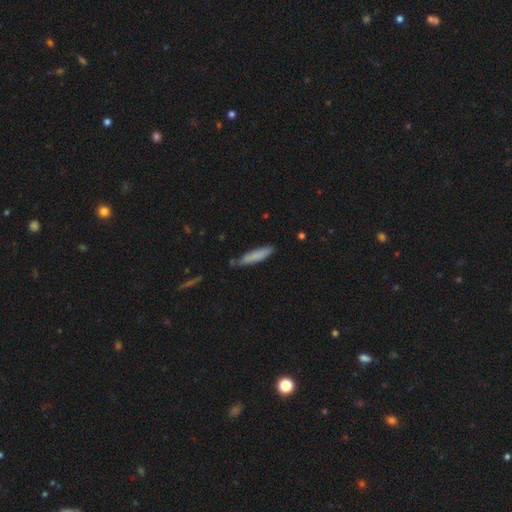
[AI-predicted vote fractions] smooth_or_featured: smooth (p=0.80) [alt: featured or disk p=0.14]
how_rounded: cigar-shaped (p=0.85) [alt: in between p=0.14]
merging: none (p=0.78) [alt: minor disturbance p=0.16]